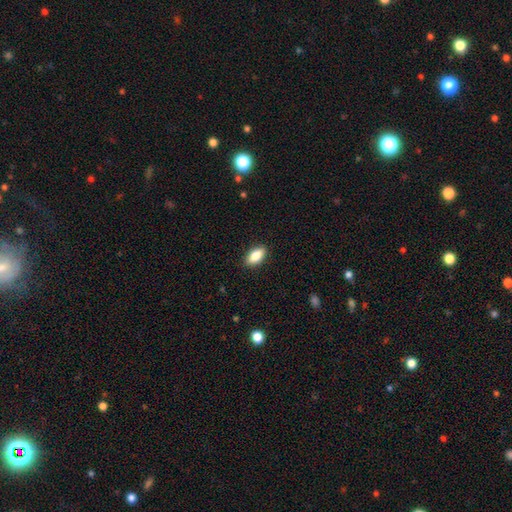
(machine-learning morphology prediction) Q: Smooth or featured?
A: smooth (83%); runner-up: featured or disk (10%)
Q: How rounded?
A: in between (89%); runner-up: cigar-shaped (7%)
Q: Merging?
A: none (89%); runner-up: minor disturbance (9%)